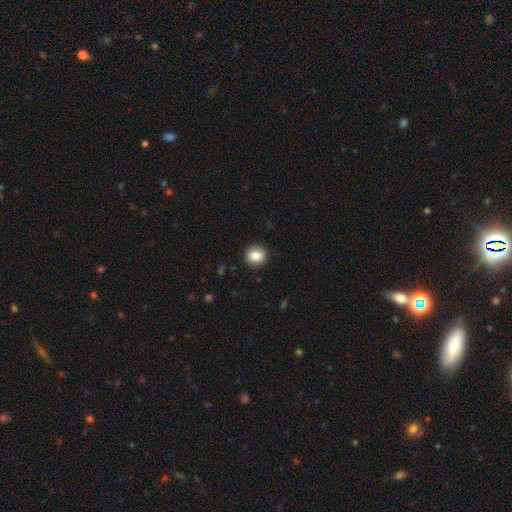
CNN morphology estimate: smooth-or-featured: smooth: 83% | star or artifact: 9% | featured or disk: 8%
  how-rounded: round: 82% | in between: 17% | cigar-shaped: 1%
  merging: none: 91% | minor disturbance: 6% | major disturbance: 2% | merger: 1%